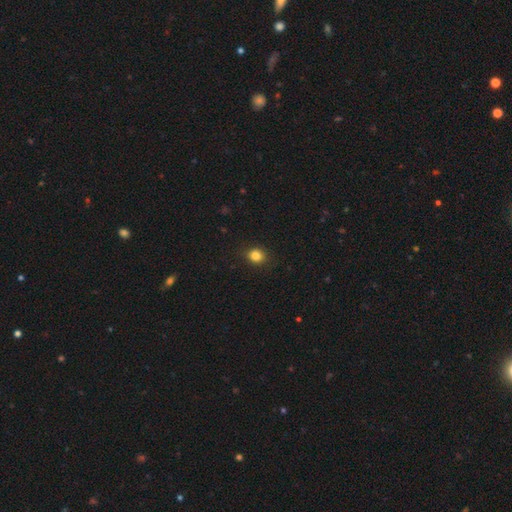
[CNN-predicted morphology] Smooth or featured? Predicted: smooth (p=0.84). How rounded? Predicted: round (p=0.76). Merging? Predicted: none (p=0.89).